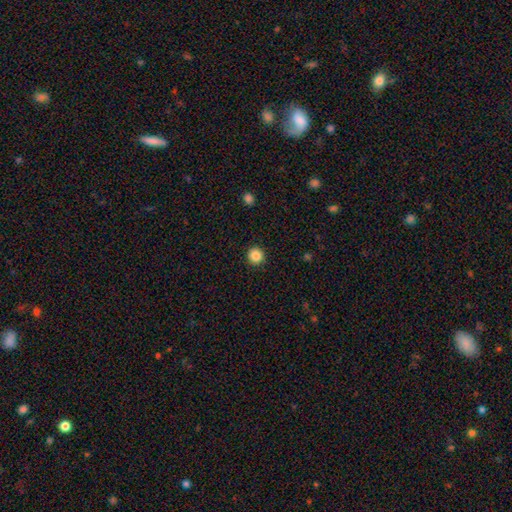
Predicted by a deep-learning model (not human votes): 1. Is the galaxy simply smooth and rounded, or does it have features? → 86% smooth, 10% star or artifact, 3% featured or disk.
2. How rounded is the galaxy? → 95% round, 4% in between, 1% cigar-shaped.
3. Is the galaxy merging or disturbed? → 92% none, 5% minor disturbance, 2% major disturbance, 1% merger.